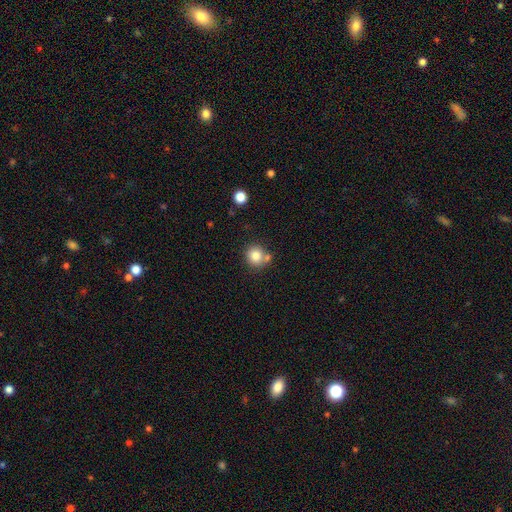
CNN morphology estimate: Smooth or featured?
  - smooth: 81% *
  - star or artifact: 11%
  - featured or disk: 8%
How rounded?
  - round: 89% *
  - in between: 10%
  - cigar-shaped: 1%
Merging?
  - none: 66% *
  - merger: 20%
  - minor disturbance: 11%
  - major disturbance: 3%